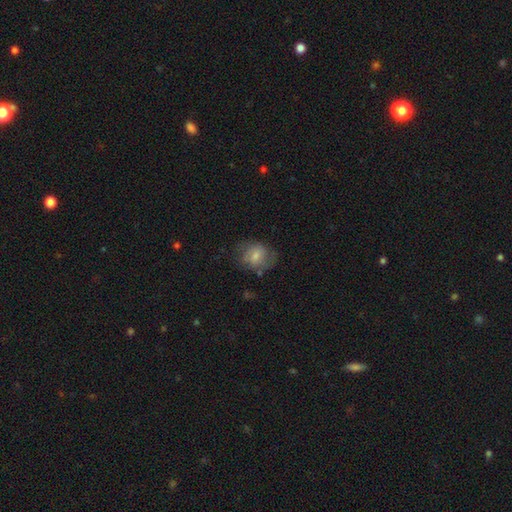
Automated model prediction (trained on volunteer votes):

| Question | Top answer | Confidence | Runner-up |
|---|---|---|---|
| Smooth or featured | smooth | 62% | featured or disk (30%) |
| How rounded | round | 53% | in between (46%) |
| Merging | none | 56% | minor disturbance (26%) |